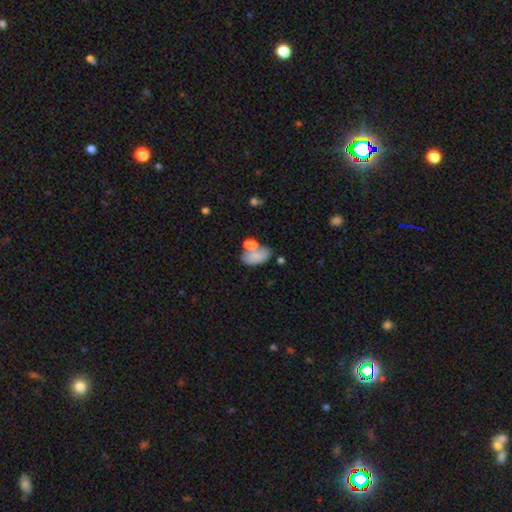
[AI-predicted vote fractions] A smooth galaxy with no disk features (79%) that is in between round and cigar-shaped (92%). Merging: none (42%).